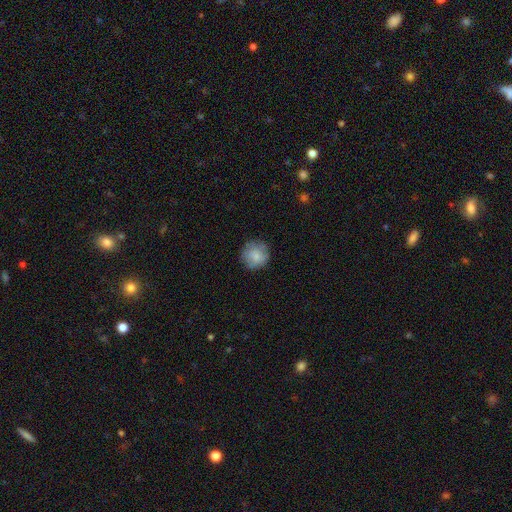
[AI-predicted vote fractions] A smooth galaxy with no disk features (80%) that is round (92%).

Vote fractions:
- Smooth or featured? smooth: 80% / featured or disk: 13% / star or artifact: 8%
- How rounded? round: 92% / in between: 7% / cigar-shaped: 1%
- Merging? none: 80% / minor disturbance: 15% / major disturbance: 4% / merger: 1%